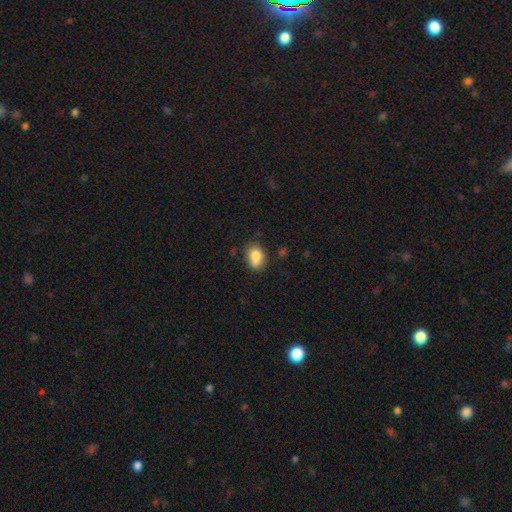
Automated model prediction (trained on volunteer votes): This is clearly a smooth galaxy (81%). How rounded: likely in between (73%). Merging: likely none (65%).